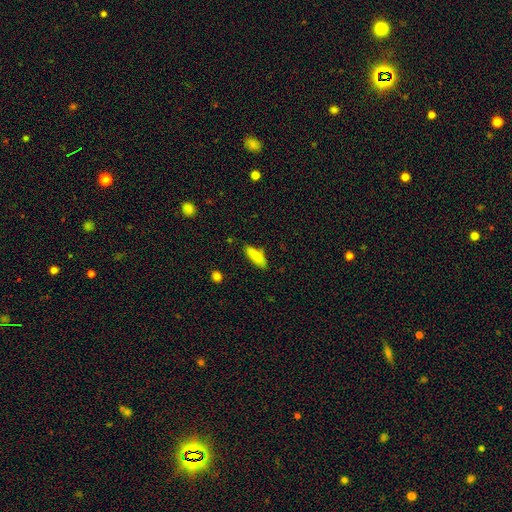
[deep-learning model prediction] Q: Smooth or featured?
A: smooth (85%); runner-up: featured or disk (8%)
Q: How rounded?
A: in between (52%); runner-up: cigar-shaped (46%)
Q: Merging?
A: none (78%); runner-up: minor disturbance (17%)